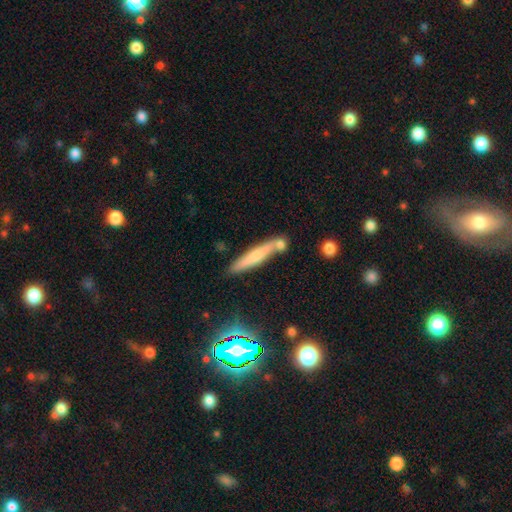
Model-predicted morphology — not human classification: smooth_or_featured: smooth (p=0.58) [alt: featured or disk p=0.33]
how_rounded: cigar-shaped (p=0.91) [alt: in between p=0.07]
merging: none (p=0.67) [alt: merger p=0.16]